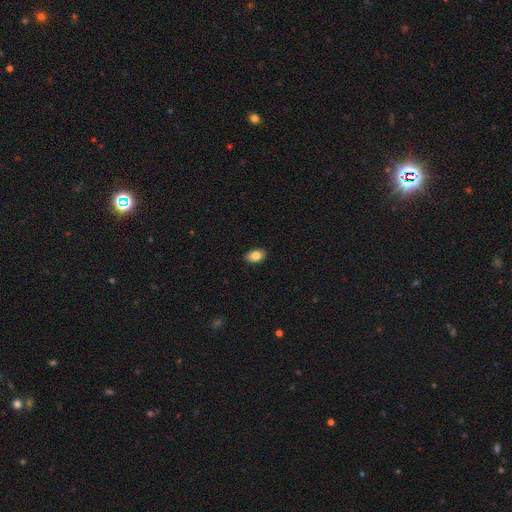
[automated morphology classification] The model was most divided on "how rounded": in between: 87%, round: 11%, cigar-shaped: 1%. More confident: merging — none (87%); smooth or featured — smooth (84%).